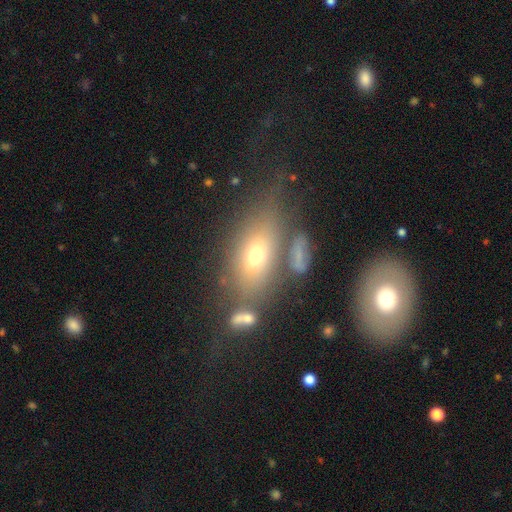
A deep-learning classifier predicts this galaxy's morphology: Overall: smooth (61%; featured or disk 25%). How rounded: in between (80%). Merging: none (55%; minor disturbance 19%).